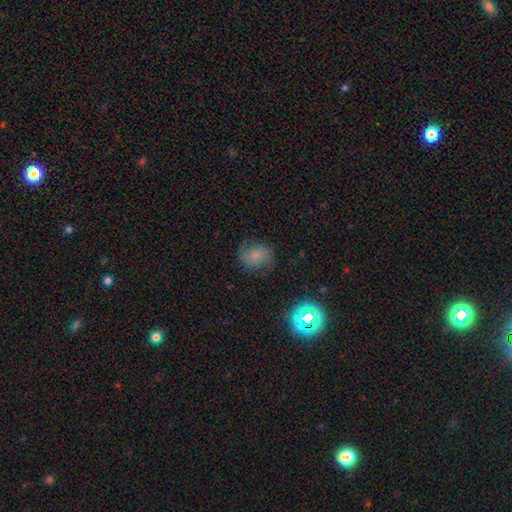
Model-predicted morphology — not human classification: Smooth or featured? smooth (57%)
How rounded? round (54%)
Merging? none (71%)